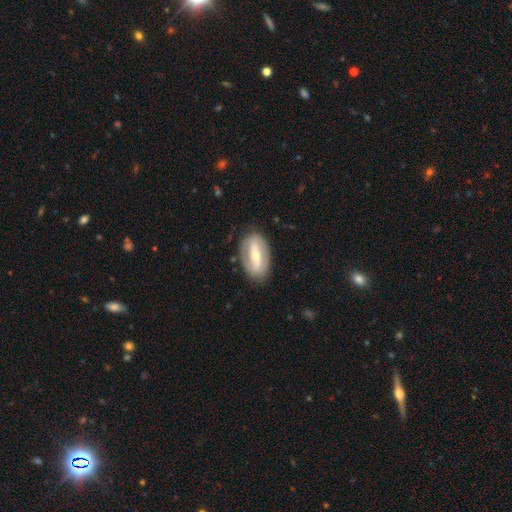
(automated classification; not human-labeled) Smooth or featured?
  - featured or disk: 64% *
  - smooth: 31%
  - star or artifact: 5%
Edge-on disk?
  - no: 86% *
  - yes: 14%
Bar?
  - strong: 65% *
  - weak: 22%
  - no: 13%
Spiral arms?
  - no: 53% *
  - yes: 47%
Bulge size?
  - moderate: 50% *
  - small: 44%
  - large: 4%
  - none: 1%
  - dominant: 1%
Merging?
  - none: 83% *
  - minor disturbance: 12%
  - major disturbance: 4%
  - merger: 1%